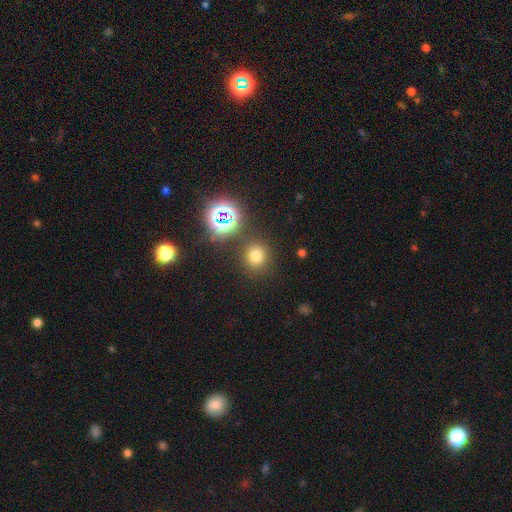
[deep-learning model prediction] This is likely a smooth galaxy (70%). How rounded: clearly round (89%). Merging: clearly none (84%).